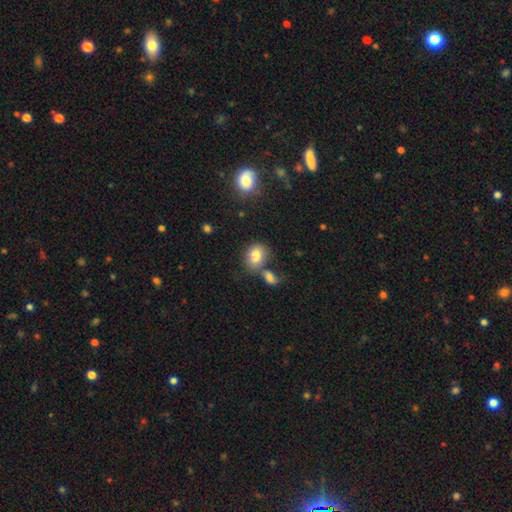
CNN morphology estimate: This appears to be a smooth galaxy with no disk features (80%) that is in between round and cigar-shaped (55%). Merging: none (55%).